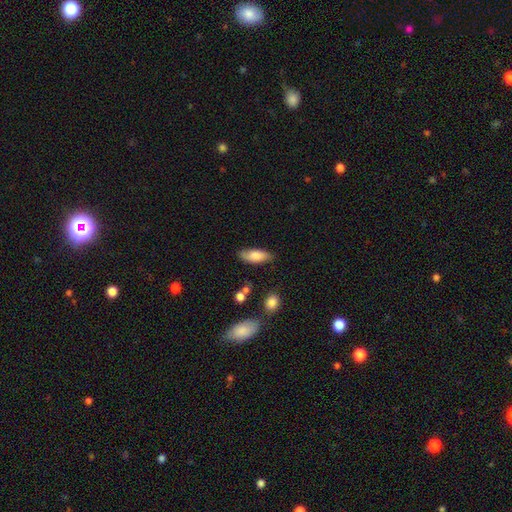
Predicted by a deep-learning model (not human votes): Smooth or featured? smooth (79%)
How rounded? in between (77%)
Merging? none (75%)